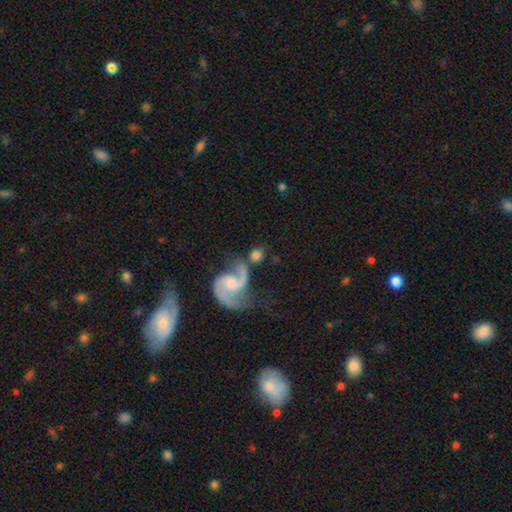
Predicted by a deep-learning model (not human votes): A featured or disk galaxy (57%) with no bar (48%), 2 (90%) loose (54%) spiral arms (92%) and a small central bulge (53%).

Vote fractions:
- Smooth or featured? featured or disk: 57% / smooth: 35% / star or artifact: 8%
- Edge-on disk? no: 96% / yes: 4%
- Bar? no: 48% / weak: 42% / strong: 10%
- Spiral arms? yes: 92% / no: 8%
- Spiral winding? loose: 54% / medium: 37% / tight: 9%
- Spiral arm count? 2: 90% / 1: 4% / can't tell: 3% / 3: 1% / 4: 1% / more than 4: 1%
- Bulge size? small: 53% / moderate: 30% / none: 9% / large: 6% / dominant: 2%
- Merging? none: 51% / merger: 23% / minor disturbance: 16% / major disturbance: 10%